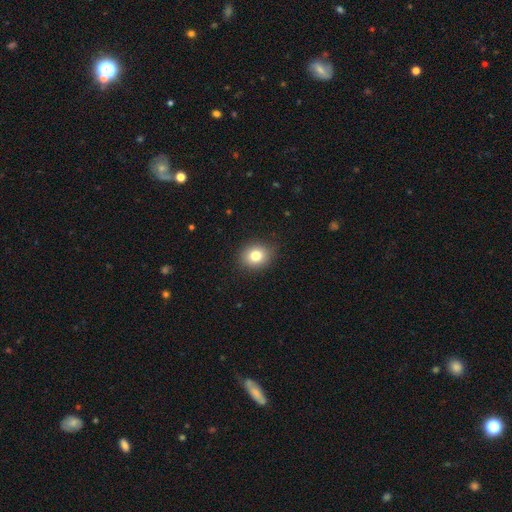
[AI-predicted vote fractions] Smooth or featured?
  - smooth: 81% *
  - star or artifact: 10%
  - featured or disk: 9%
How rounded?
  - round: 61% *
  - in between: 38%
  - cigar-shaped: 1%
Merging?
  - none: 88% *
  - minor disturbance: 9%
  - major disturbance: 2%
  - merger: 1%